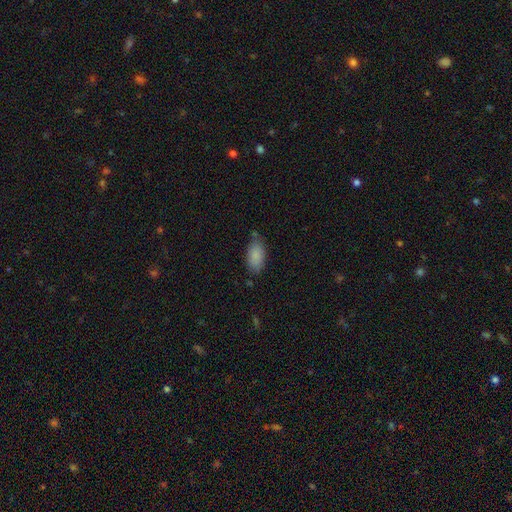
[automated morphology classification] Smooth or featured? smooth (88%)
How rounded? in between (92%)
Merging? none (70%)